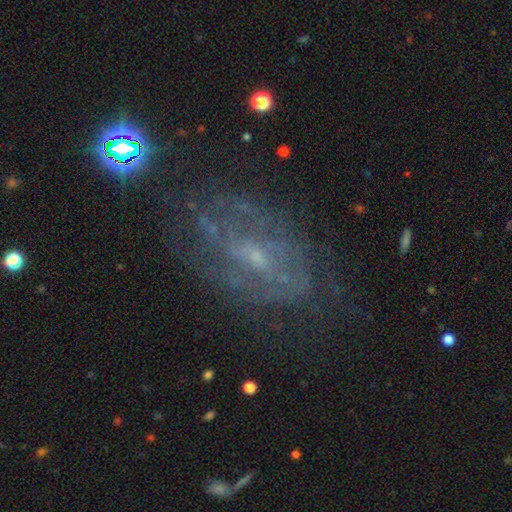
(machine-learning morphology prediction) A featured or disk galaxy (73%) with no bar (45%), spiral arms (70%) and a small central bulge (72%). Merging: none (64%).